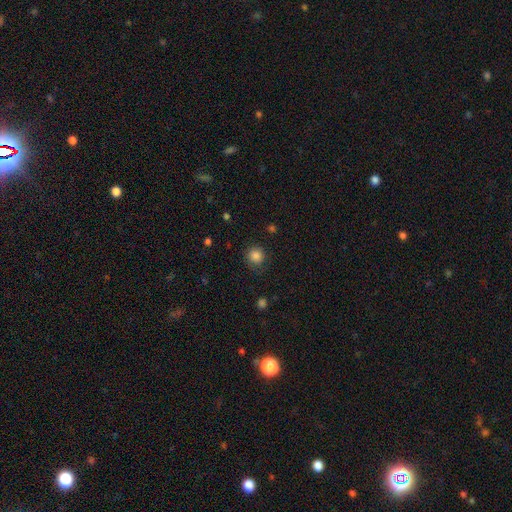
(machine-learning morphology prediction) Q: Smooth or featured?
A: smooth (85%); runner-up: star or artifact (11%)
Q: How rounded?
A: round (91%); runner-up: in between (8%)
Q: Merging?
A: none (83%); runner-up: minor disturbance (12%)